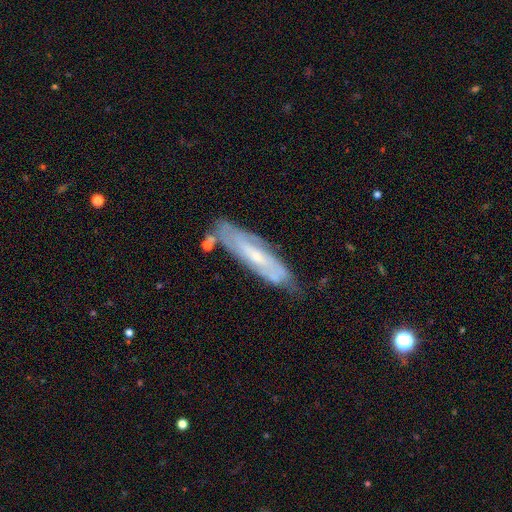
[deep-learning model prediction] Smooth or featured: featured or disk — 67% (smooth — 26%)
Edge-on disk: no — 65% (yes — 35%)
Merging: none — 68% (minor disturbance — 22%)